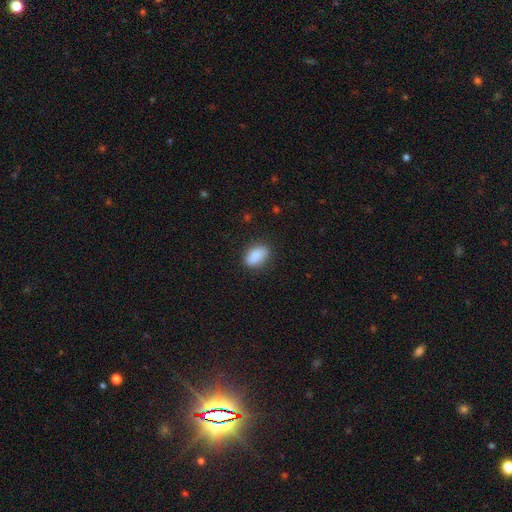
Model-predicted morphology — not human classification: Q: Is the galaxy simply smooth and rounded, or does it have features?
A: smooth — 87%.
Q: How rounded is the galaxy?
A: in between — 88%.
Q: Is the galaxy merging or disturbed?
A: none — 84%.